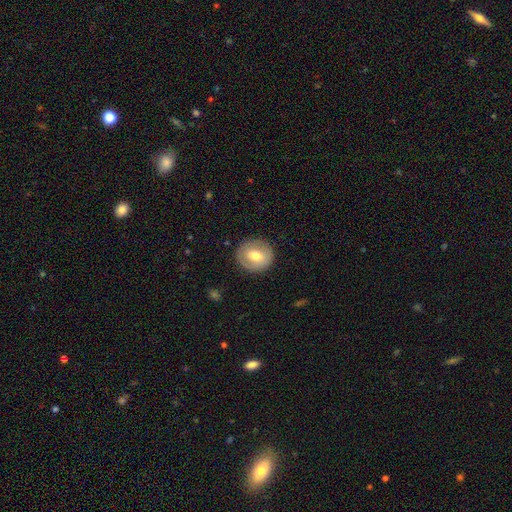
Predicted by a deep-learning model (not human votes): smooth 58%, featured or disk 35%, star or artifact 7%. Down the decision tree: how rounded — round (86%); merging — none (88%).